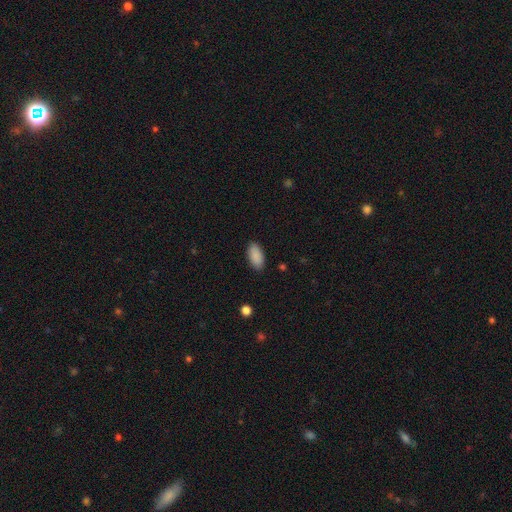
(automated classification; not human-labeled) The model was most divided on "merging": none: 88%, minor disturbance: 9%, major disturbance: 2%, merger: 1%. More confident: how rounded — in between (93%); smooth or featured — smooth (90%).